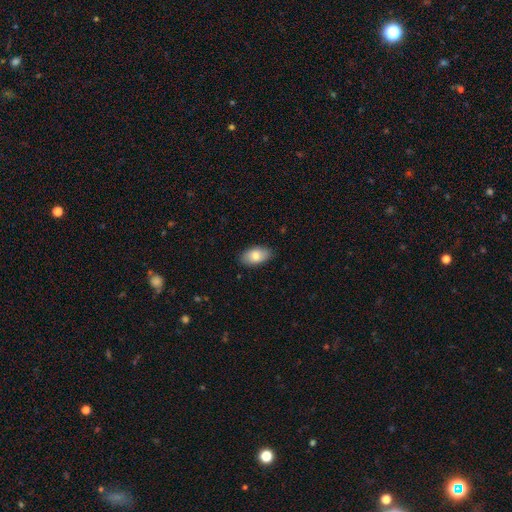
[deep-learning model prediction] smooth_or_featured: smooth (p=0.80) [alt: featured or disk p=0.13]
how_rounded: in between (p=0.93) [alt: round p=0.05]
merging: none (p=0.86) [alt: minor disturbance p=0.11]